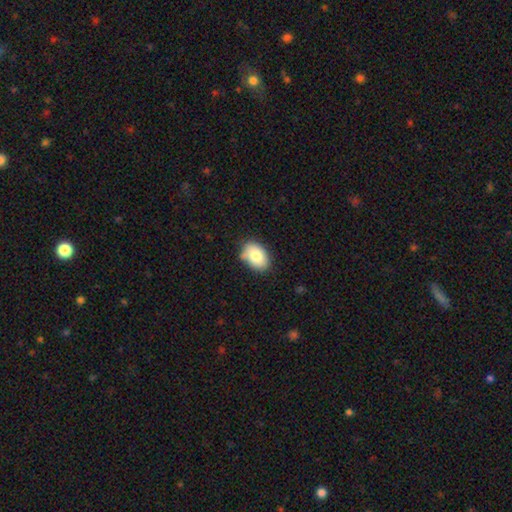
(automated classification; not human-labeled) Q: Smooth or featured?
A: smooth (81%); runner-up: featured or disk (12%)
Q: How rounded?
A: in between (84%); runner-up: round (15%)
Q: Merging?
A: none (73%); runner-up: minor disturbance (20%)